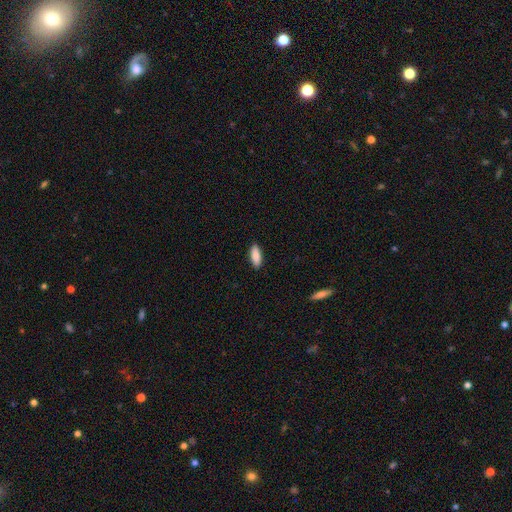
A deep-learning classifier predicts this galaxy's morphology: Smooth or featured: smooth — 88% (featured or disk — 6%)
How rounded: in between — 69% (cigar-shaped — 29%)
Merging: none — 90% (minor disturbance — 8%)